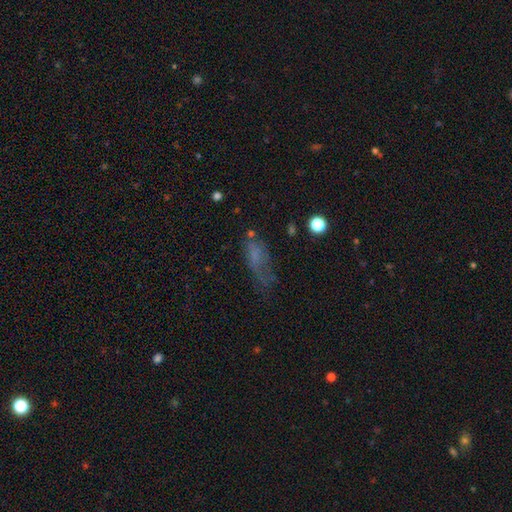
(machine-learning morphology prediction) smooth_or_featured: smooth (p=0.54) [alt: featured or disk p=0.29]
how_rounded: in between (p=0.65) [alt: cigar-shaped p=0.30]
merging: none (p=0.42) [alt: minor disturbance p=0.27]